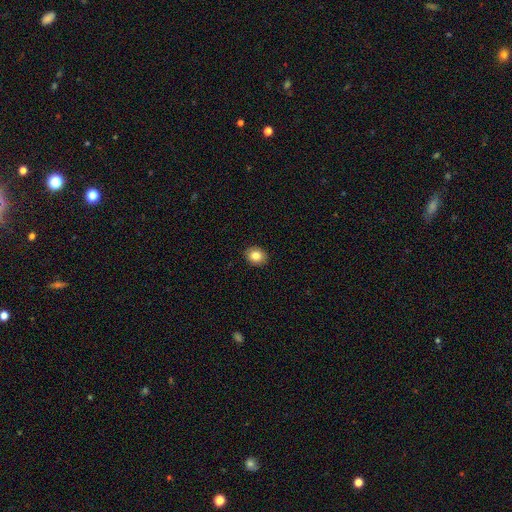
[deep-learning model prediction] Smooth or featured?
  - smooth: 83% *
  - star or artifact: 9%
  - featured or disk: 8%
How rounded?
  - round: 59% *
  - in between: 40%
  - cigar-shaped: 1%
Merging?
  - none: 91% *
  - minor disturbance: 6%
  - major disturbance: 2%
  - merger: 1%